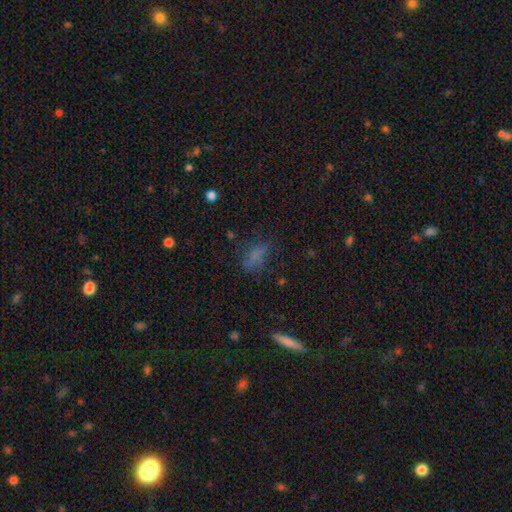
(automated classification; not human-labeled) Smooth or featured? smooth (65%)
How rounded? in between (65%)
Merging? none (58%)